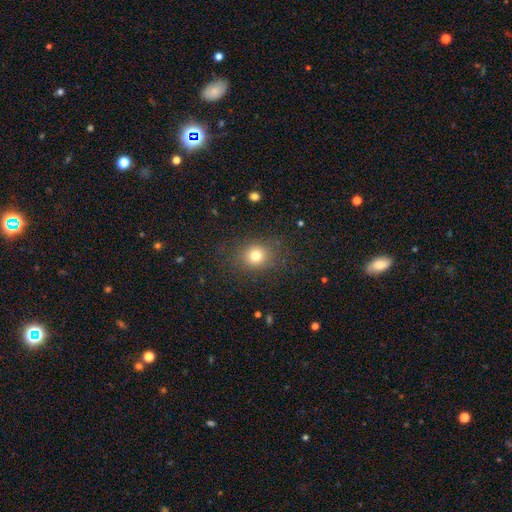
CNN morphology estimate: type=smooth (78%); roundness=round (76%); merging=none (84%).